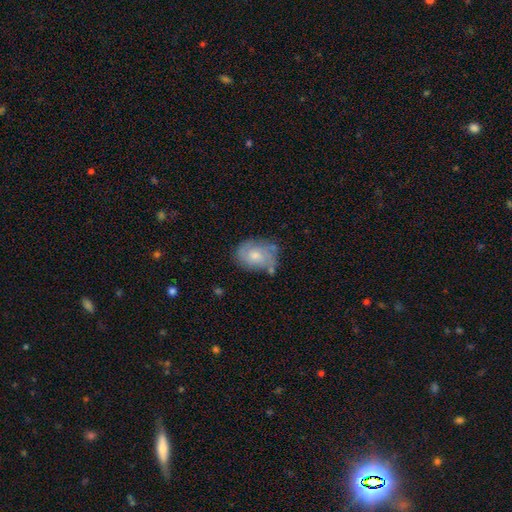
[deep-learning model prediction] Q: Smooth or featured?
A: smooth (51%); runner-up: featured or disk (42%)
Q: How rounded?
A: in between (68%); runner-up: round (31%)
Q: Merging?
A: none (53%); runner-up: minor disturbance (29%)